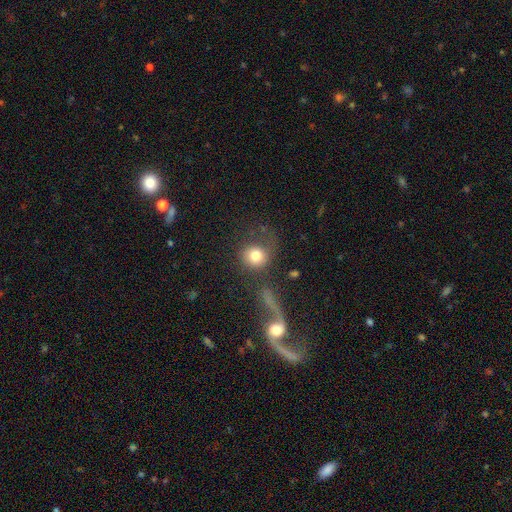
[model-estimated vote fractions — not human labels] A smooth galaxy with no disk features (75%) that is round (86%).

Vote fractions:
- Smooth or featured? smooth: 75% / featured or disk: 16% / star or artifact: 9%
- How rounded? round: 86% / in between: 13% / cigar-shaped: 1%
- Merging? none: 48% / major disturbance: 20% / merger: 17% / minor disturbance: 15%